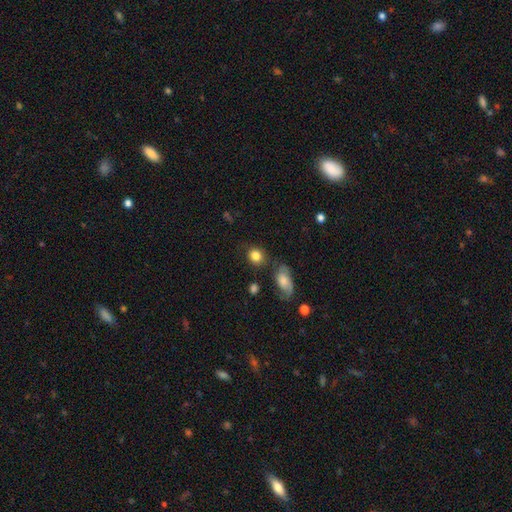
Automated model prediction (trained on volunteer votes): Q: Smooth or featured?
A: smooth (82%); runner-up: featured or disk (9%)
Q: How rounded?
A: round (69%); runner-up: in between (29%)
Q: Merging?
A: none (73%); runner-up: minor disturbance (15%)